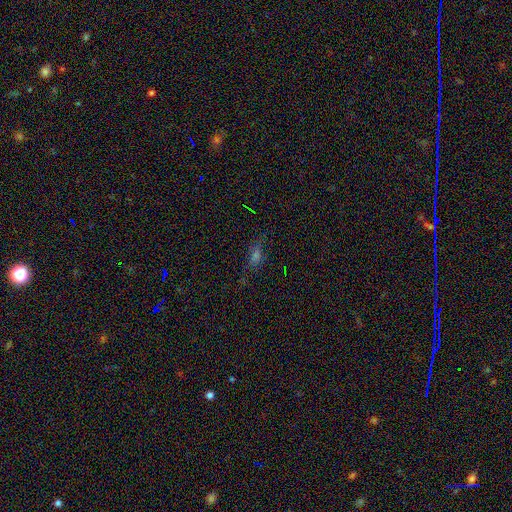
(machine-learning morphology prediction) smooth_or_featured: smooth (p=0.45) [alt: star or artifact p=0.34]
merging: none (p=0.71) [alt: minor disturbance p=0.19]